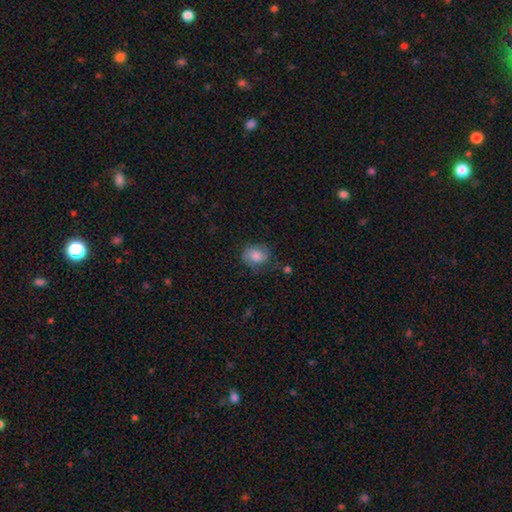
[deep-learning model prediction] Overall: smooth (68%). How rounded: in between (52%; round 47%). Merging: none (62%; minor disturbance 25%).